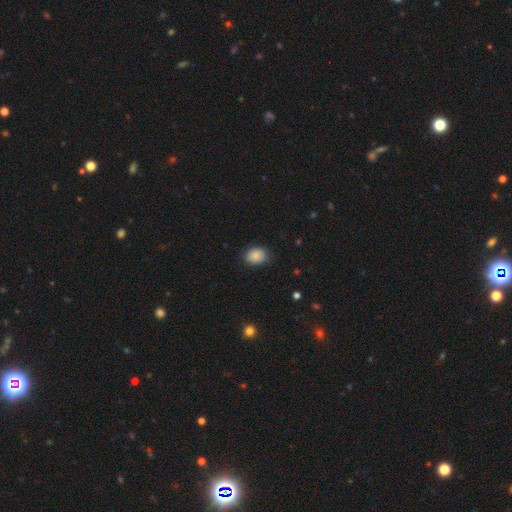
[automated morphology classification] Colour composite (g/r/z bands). It shows a smooth galaxy with no disk features (87%) that is in between round and cigar-shaped (58%). Merging: none (82%).